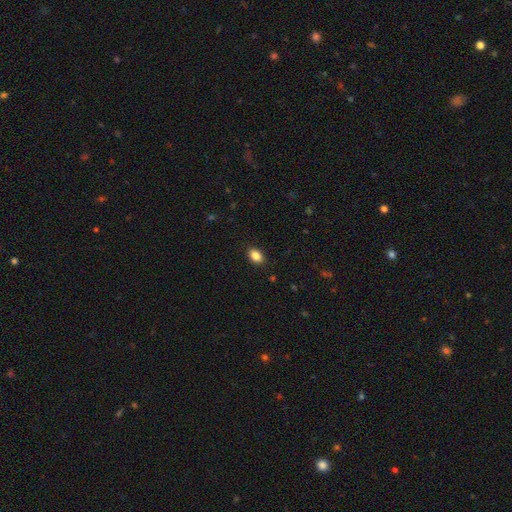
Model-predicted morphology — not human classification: Q: Smooth or featured?
A: smooth (86%); runner-up: star or artifact (9%)
Q: How rounded?
A: in between (82%); runner-up: round (17%)
Q: Merging?
A: none (89%); runner-up: minor disturbance (8%)